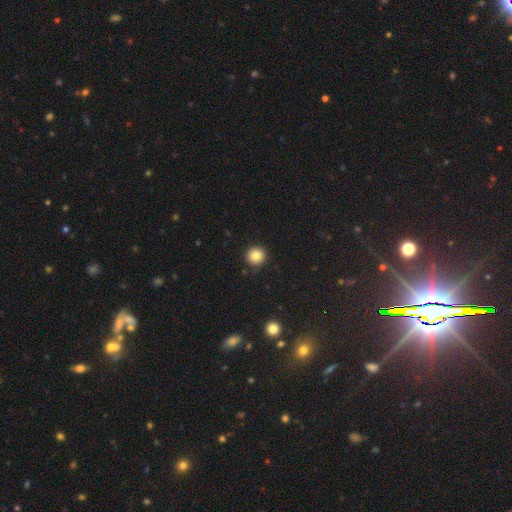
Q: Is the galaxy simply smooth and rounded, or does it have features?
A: smooth — 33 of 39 (85%).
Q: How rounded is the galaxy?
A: round — 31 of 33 (94%).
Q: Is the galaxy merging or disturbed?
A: none — 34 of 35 (97%).